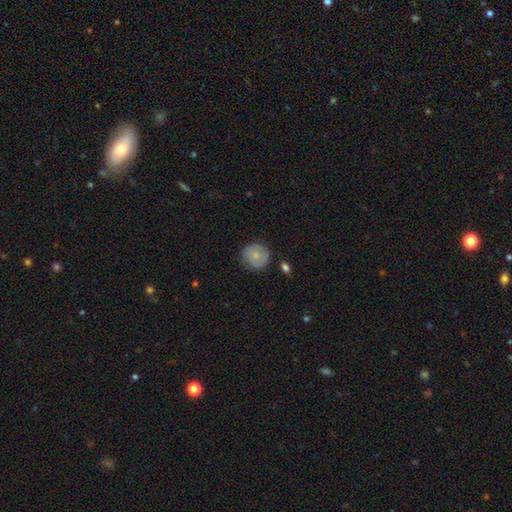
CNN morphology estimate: The model was most divided on "smooth or featured": smooth: 70%, featured or disk: 23%, star or artifact: 7%. More confident: how rounded — round (90%); merging — none (78%).